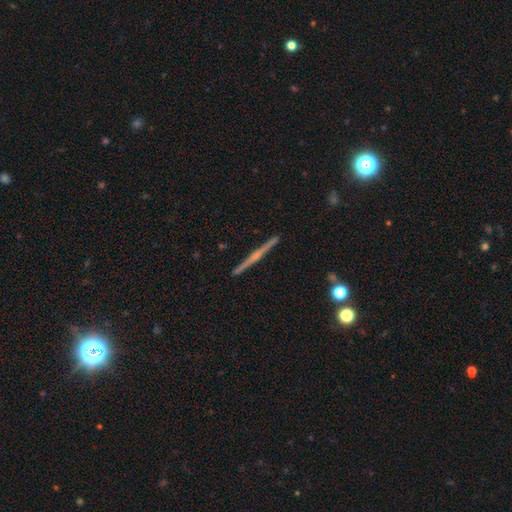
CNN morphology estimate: Q: Smooth or featured?
A: featured or disk (77%); runner-up: smooth (17%)
Q: Edge-on disk?
A: yes (98%); runner-up: no (2%)
Q: Edge-on bulge?
A: rounded (63%); runner-up: none (28%)
Q: Merging?
A: none (93%); runner-up: minor disturbance (5%)